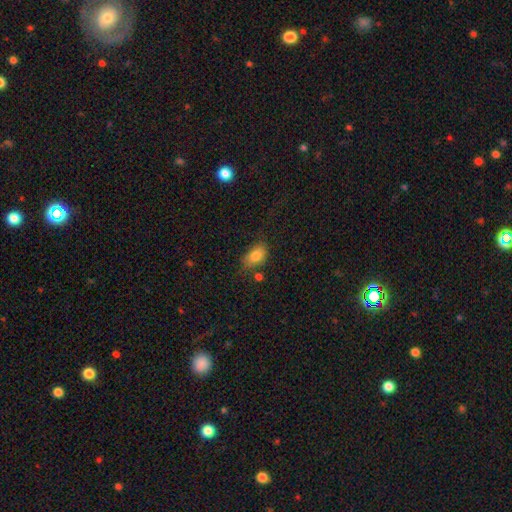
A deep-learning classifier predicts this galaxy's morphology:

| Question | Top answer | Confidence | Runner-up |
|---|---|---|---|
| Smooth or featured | smooth | 83% | star or artifact (9%) |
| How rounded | in between | 86% | round (12%) |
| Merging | none | 61% | minor disturbance (24%) |